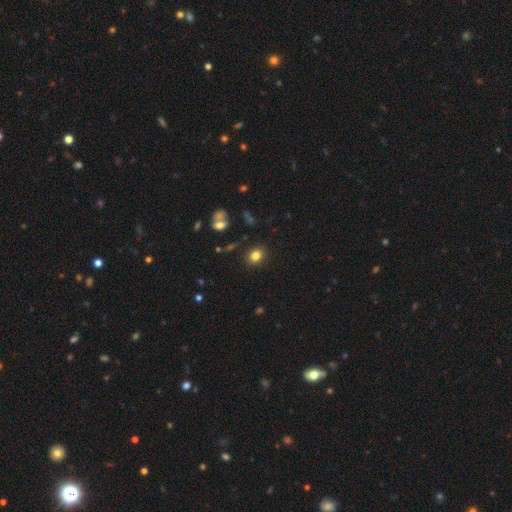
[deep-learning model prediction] smooth_or_featured: smooth (p=0.82) [alt: star or artifact p=0.12]
how_rounded: round (p=0.58) [alt: in between p=0.41]
merging: none (p=0.87) [alt: minor disturbance p=0.08]